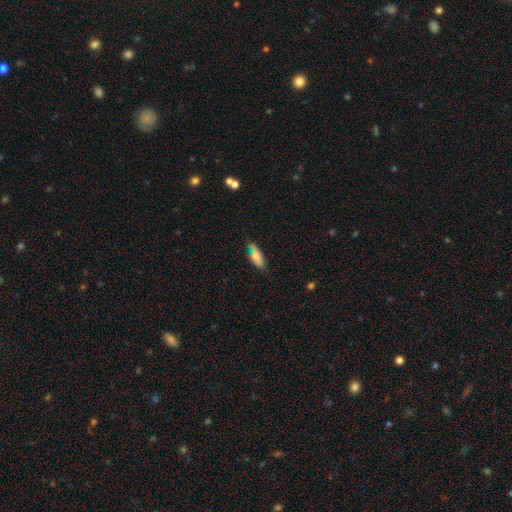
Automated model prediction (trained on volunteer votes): A smooth galaxy with no disk features (74%) that is in between round and cigar-shaped (61%). Merging: none (54%).